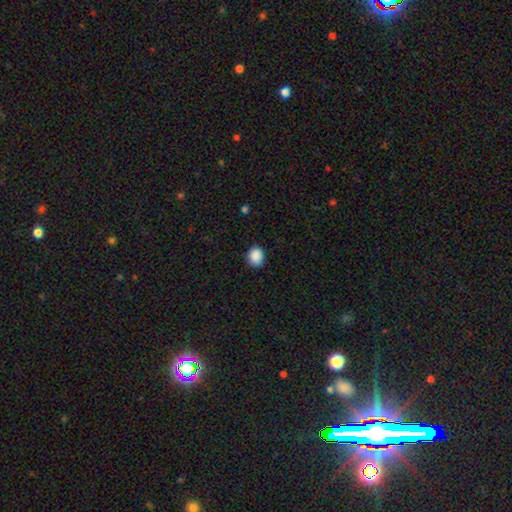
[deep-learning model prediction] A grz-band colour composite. It shows a smooth galaxy with no disk features (89%) that is round (54%). Merging: none (85%).